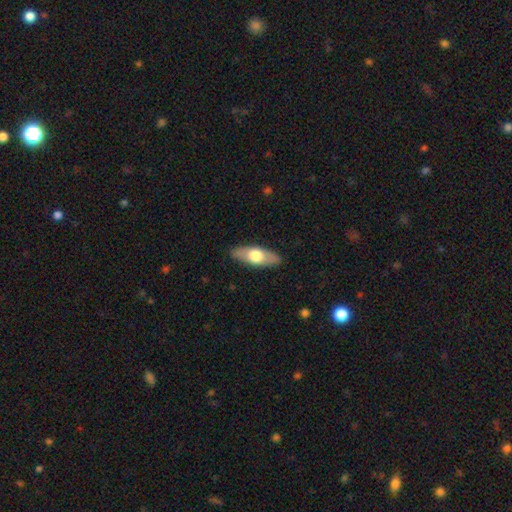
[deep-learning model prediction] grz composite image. It shows a smooth galaxy with no disk features (56%) that is in between round and cigar-shaped (67%). Merging: none (87%).